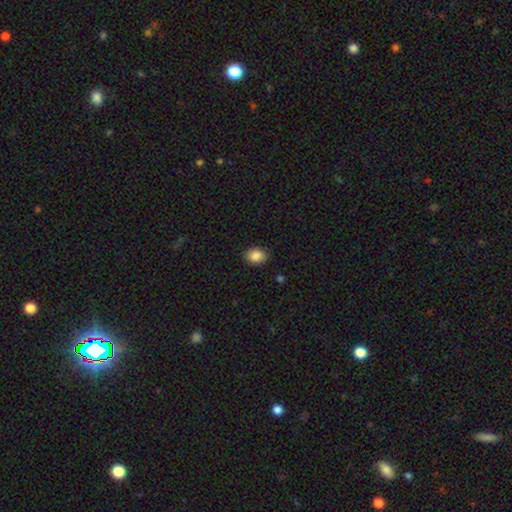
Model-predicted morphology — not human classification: smooth-or-featured: smooth: 87% | star or artifact: 9% | featured or disk: 4%
  how-rounded: in between: 56% | round: 43% | cigar-shaped: 1%
  merging: none: 88% | minor disturbance: 9% | major disturbance: 2% | merger: 1%